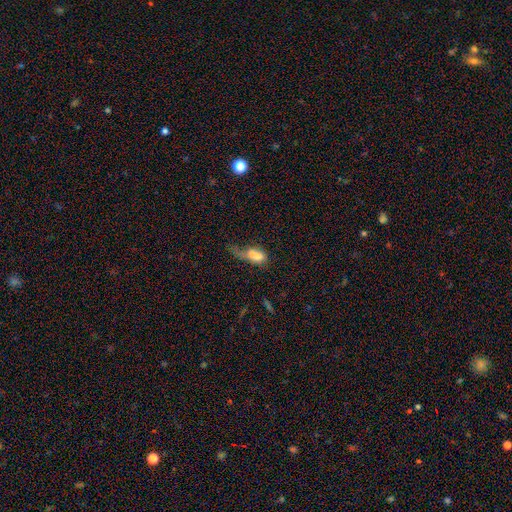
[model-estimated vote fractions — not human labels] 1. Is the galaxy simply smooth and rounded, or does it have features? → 69% smooth, 21% featured or disk, 10% star or artifact.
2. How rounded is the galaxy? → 82% in between, 10% cigar-shaped, 8% round.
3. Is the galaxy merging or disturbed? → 56% major disturbance, 19% minor disturbance, 15% none, 10% merger.